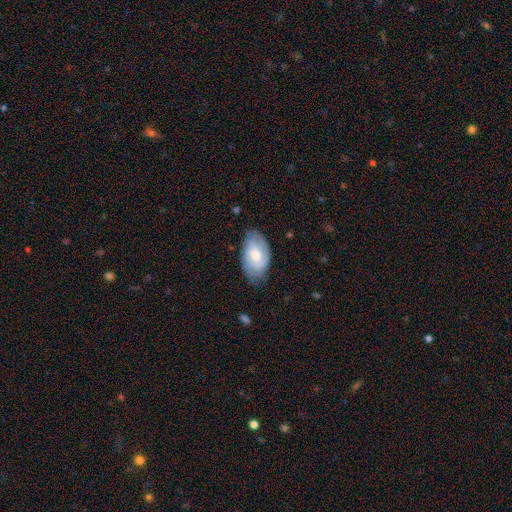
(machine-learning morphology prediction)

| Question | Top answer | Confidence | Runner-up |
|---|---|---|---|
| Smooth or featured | smooth | 49% | featured or disk (45%) |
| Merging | none | 72% | minor disturbance (22%) |